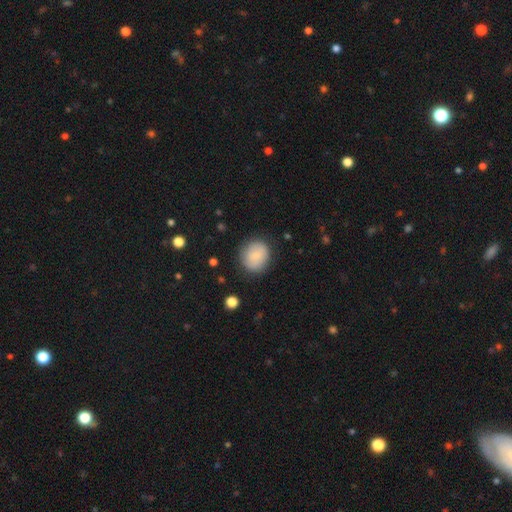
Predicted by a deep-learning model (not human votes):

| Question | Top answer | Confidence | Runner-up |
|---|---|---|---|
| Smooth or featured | smooth | 81% | featured or disk (11%) |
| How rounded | round | 80% | in between (19%) |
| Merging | none | 82% | minor disturbance (12%) |